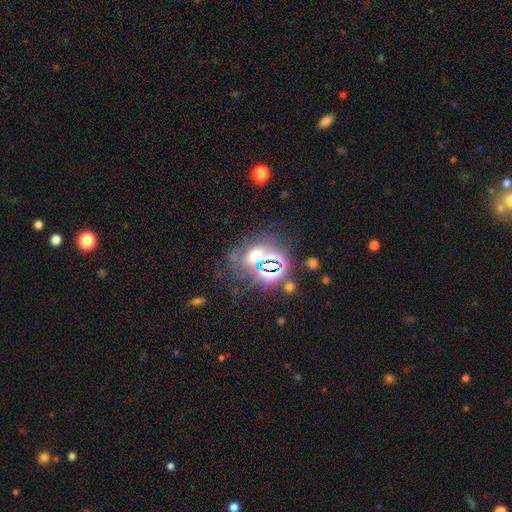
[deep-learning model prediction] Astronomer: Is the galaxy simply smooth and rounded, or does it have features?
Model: star or artifact — 51% (runner-up: smooth, 35%).